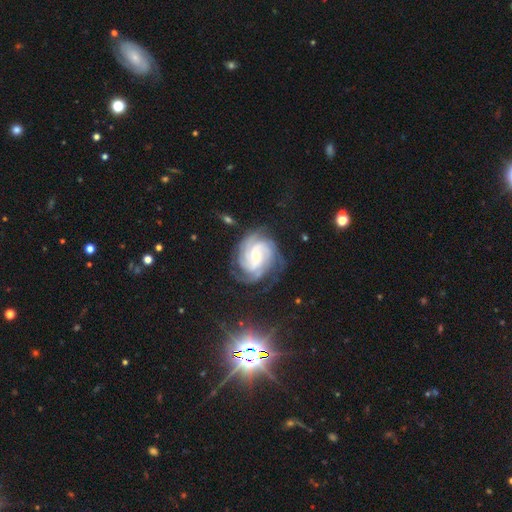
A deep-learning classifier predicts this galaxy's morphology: Smooth or featured: featured or disk — 90% (smooth — 5%)
Edge-on disk: no — 98% (yes — 2%)
Bar: no — 59% (weak — 31%)
Spiral arms: yes — 98% (no — 2%)
Spiral winding: tight — 69% (medium — 26%)
Spiral arm count: 4 — 30% (3 — 27%)
Bulge size: small — 62% (moderate — 34%)
Merging: none — 72% (minor disturbance — 18%)